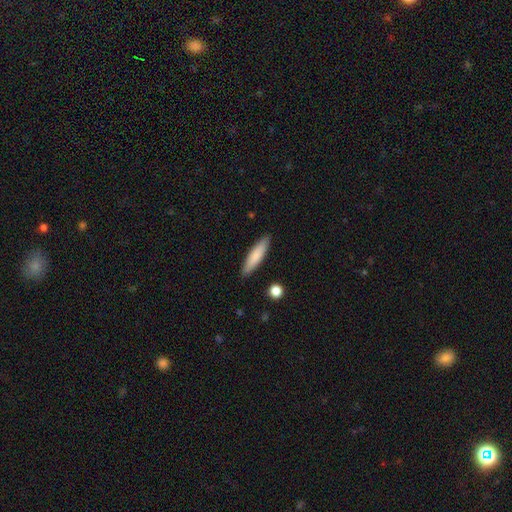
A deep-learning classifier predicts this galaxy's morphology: Overall: smooth (79%). How rounded: cigar-shaped (77%). Merging: none (89%).